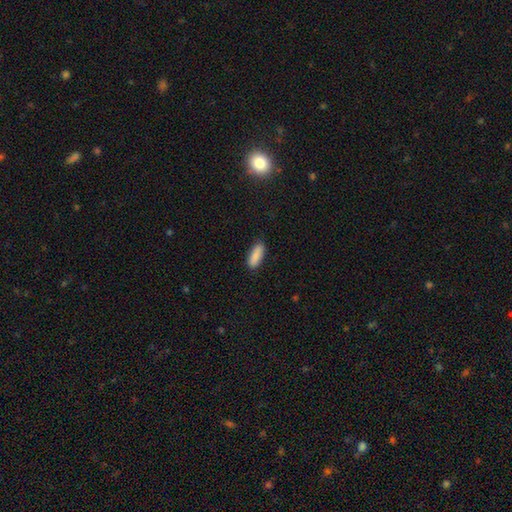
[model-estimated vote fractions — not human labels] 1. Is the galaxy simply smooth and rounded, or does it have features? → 89% smooth, 7% star or artifact, 4% featured or disk.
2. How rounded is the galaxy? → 65% in between, 33% cigar-shaped, 2% round.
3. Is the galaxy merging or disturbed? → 87% none, 10% minor disturbance, 2% major disturbance, 1% merger.